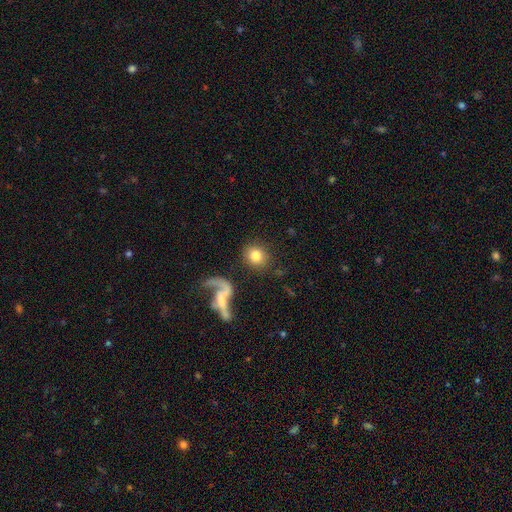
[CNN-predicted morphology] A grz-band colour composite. It shows a smooth galaxy with no disk features (79%) that is round (85%). Merging: none (80%).